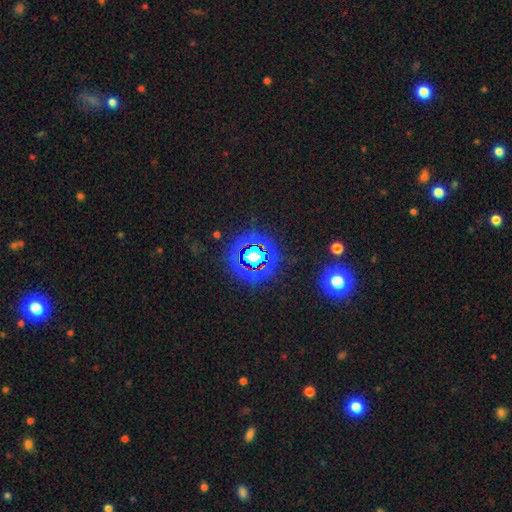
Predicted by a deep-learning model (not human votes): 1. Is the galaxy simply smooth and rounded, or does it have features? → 80% star or artifact, 12% smooth, 8% featured or disk.